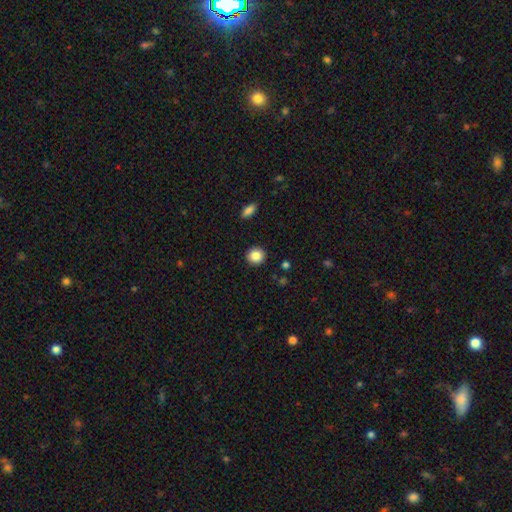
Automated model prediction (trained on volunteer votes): The model was most divided on "smooth or featured": smooth: 86%, star or artifact: 9%, featured or disk: 5%. More confident: merging — none (92%); how rounded — round (91%).